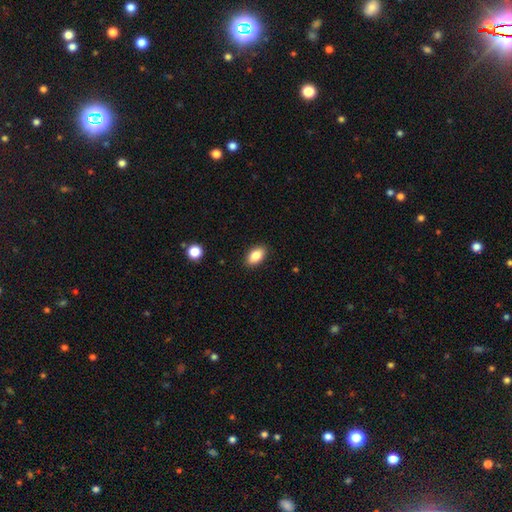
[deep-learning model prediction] This appears to be a smooth galaxy with no disk features (85%) that is in between round and cigar-shaped (91%). Merging: none (89%).